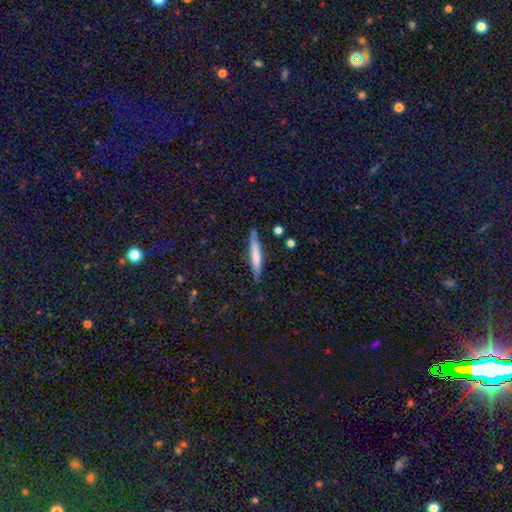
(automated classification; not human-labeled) Smooth or featured? smooth (65%)
How rounded? cigar-shaped (92%)
Merging? none (82%)